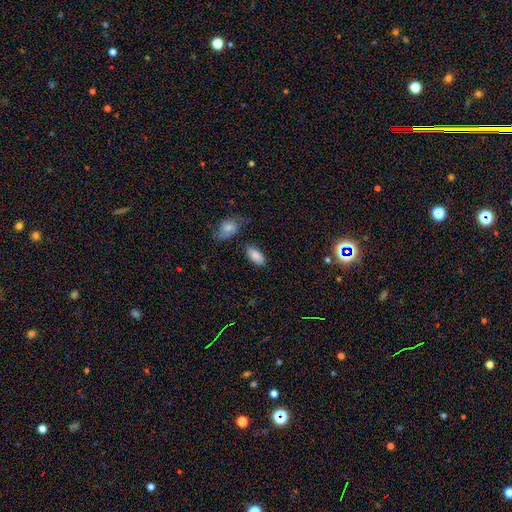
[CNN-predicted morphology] smooth-or-featured: smooth: 86% | star or artifact: 7% | featured or disk: 7%
  how-rounded: in between: 92% | cigar-shaped: 5% | round: 2%
  merging: none: 78% | minor disturbance: 15% | merger: 4% | major disturbance: 4%